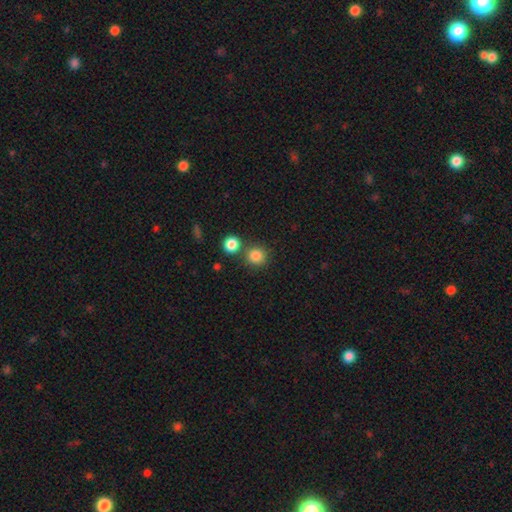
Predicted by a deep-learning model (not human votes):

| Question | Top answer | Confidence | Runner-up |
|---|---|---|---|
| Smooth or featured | smooth | 84% | star or artifact (11%) |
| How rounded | round | 90% | in between (9%) |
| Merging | none | 72% | merger (17%) |